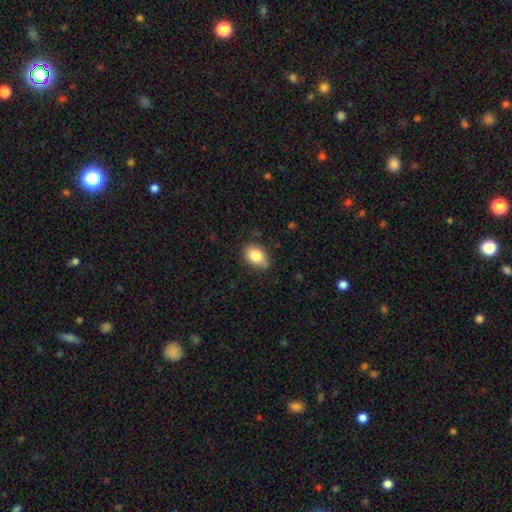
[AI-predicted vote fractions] Smooth or featured: smooth — 82% (featured or disk — 10%)
How rounded: in between — 80% (round — 19%)
Merging: none — 75% (minor disturbance — 20%)